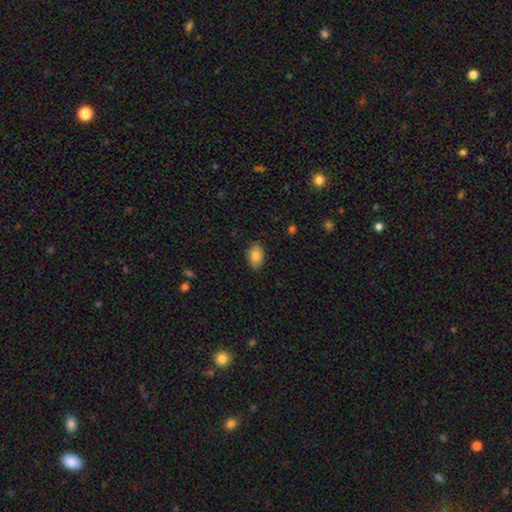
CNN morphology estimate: Smooth or featured: smooth — 82% (featured or disk — 10%)
How rounded: in between — 86% (round — 12%)
Merging: none — 85% (minor disturbance — 12%)